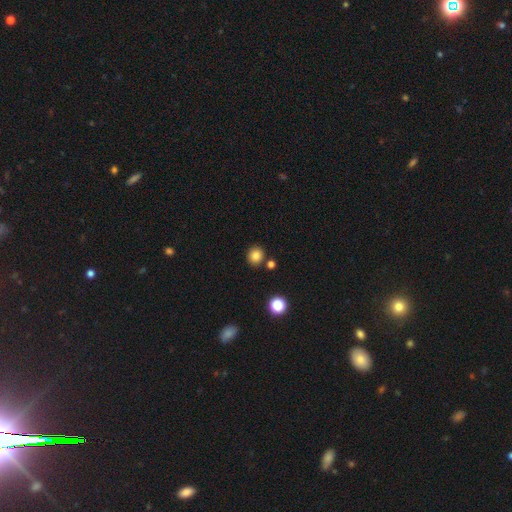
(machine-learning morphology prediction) smooth_or_featured: smooth (p=0.83) [alt: star or artifact p=0.12]
how_rounded: round (p=0.84) [alt: in between p=0.15]
merging: none (p=0.83) [alt: minor disturbance p=0.08]